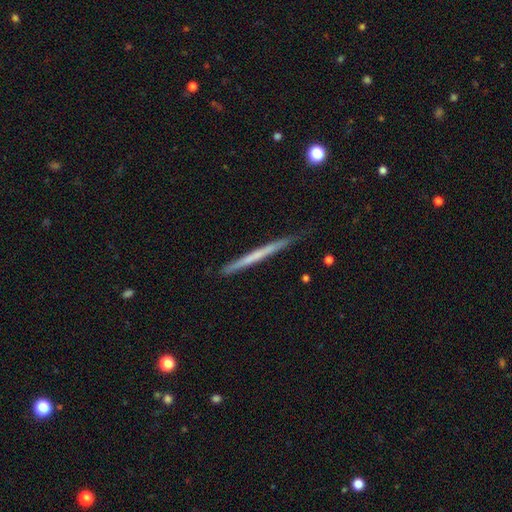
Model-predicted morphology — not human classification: type=featured or disk (49%); merging=none (85%).